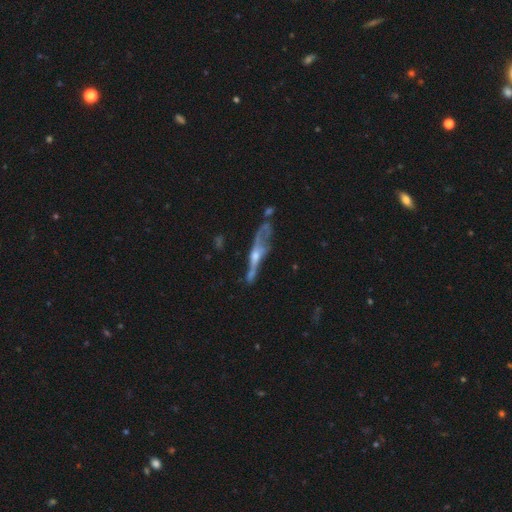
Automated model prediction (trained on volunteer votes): Smooth or featured?
  - featured or disk: 70% *
  - smooth: 20%
  - star or artifact: 10%
Edge-on disk?
  - yes: 67% *
  - no: 33%
Merging?
  - none: 38% *
  - major disturbance: 27%
  - minor disturbance: 22%
  - merger: 13%